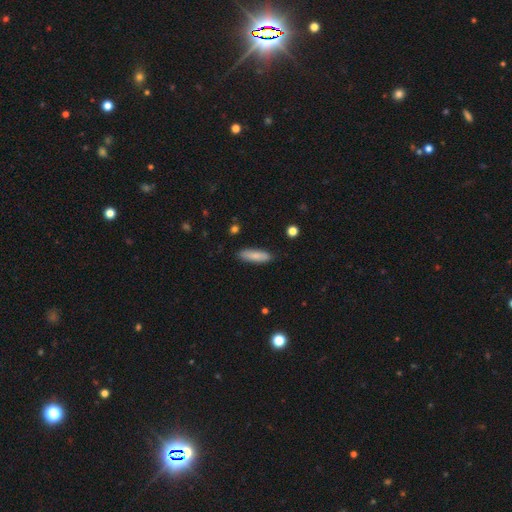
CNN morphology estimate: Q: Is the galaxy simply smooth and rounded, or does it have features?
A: smooth — 84%.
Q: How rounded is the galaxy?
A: cigar-shaped — 63%.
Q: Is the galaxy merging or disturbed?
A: none — 87%.